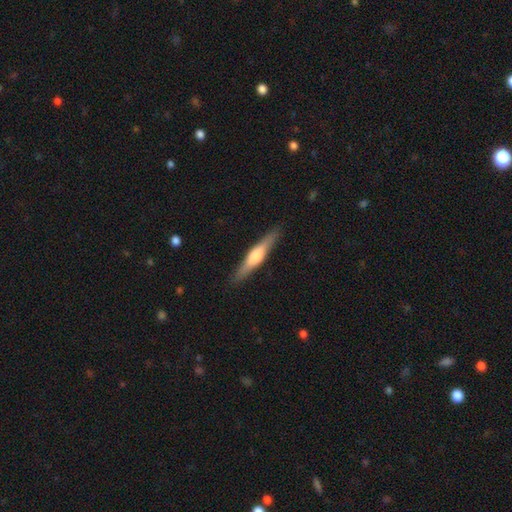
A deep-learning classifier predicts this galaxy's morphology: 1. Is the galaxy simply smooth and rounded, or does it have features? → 56% featured or disk, 39% smooth, 5% star or artifact.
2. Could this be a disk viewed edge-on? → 96% yes, 4% no.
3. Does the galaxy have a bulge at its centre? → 87% rounded, 8% boxy, 5% none.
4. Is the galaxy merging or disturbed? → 90% none, 8% minor disturbance, 2% major disturbance, 1% merger.